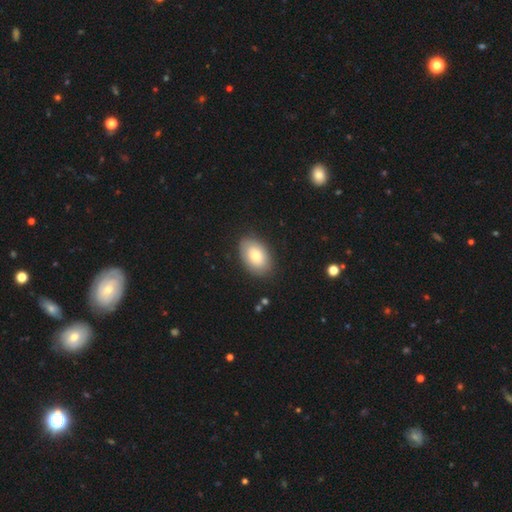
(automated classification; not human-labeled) smooth 75%, featured or disk 19%, star or artifact 6%. Down the decision tree: how rounded — in between (90%); merging — none (84%).